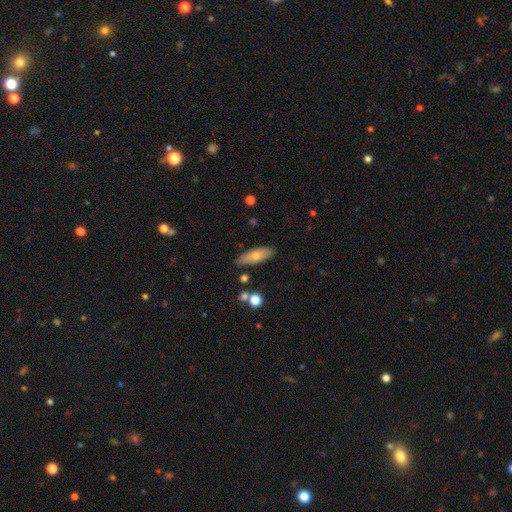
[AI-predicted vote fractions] Smooth or featured? Predicted: smooth (p=0.68). How rounded? Predicted: in between (p=0.57). Merging? Predicted: none (p=0.81).